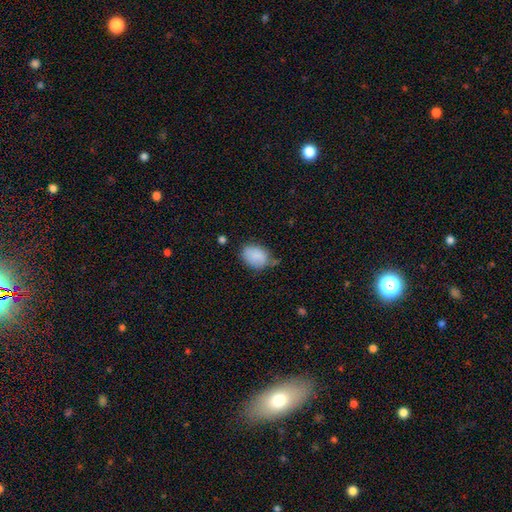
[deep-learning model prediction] Smooth or featured? smooth (85%)
How rounded? in between (73%)
Merging? none (57%)